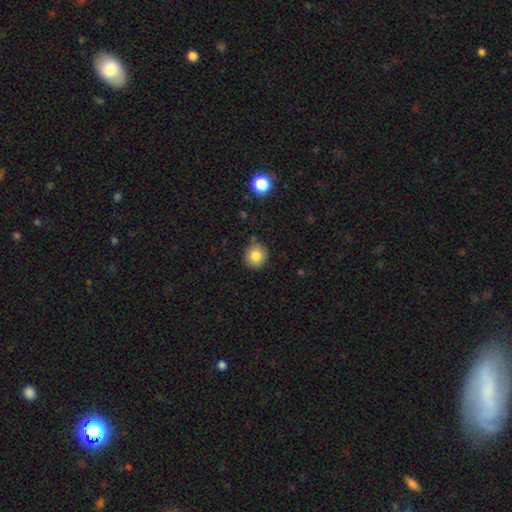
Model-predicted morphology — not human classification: A smooth galaxy with no disk features (82%) that is round (88%).

Vote fractions:
- Smooth or featured? smooth: 82% / star or artifact: 10% / featured or disk: 9%
- How rounded? round: 88% / in between: 11% / cigar-shaped: 1%
- Merging? none: 83% / minor disturbance: 12% / major disturbance: 2% / merger: 2%